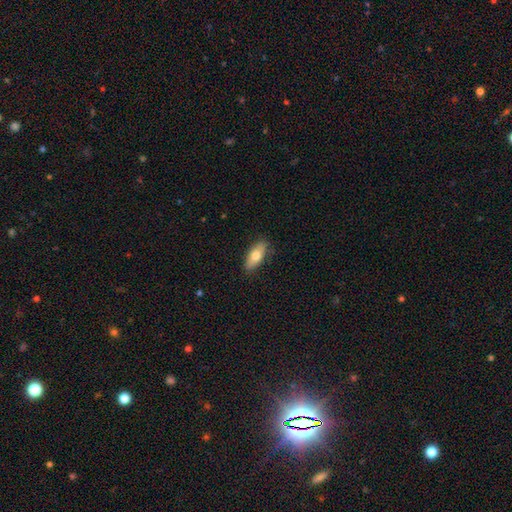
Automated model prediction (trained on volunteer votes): This is likely a smooth galaxy (71%). How rounded: clearly in between (80%). Merging: clearly none (84%).